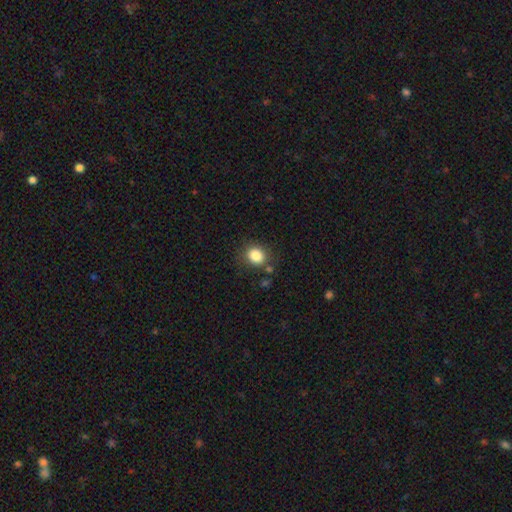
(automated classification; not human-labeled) Morphology: type=smooth (84%); roundness=round (67%); merging=none (77%).